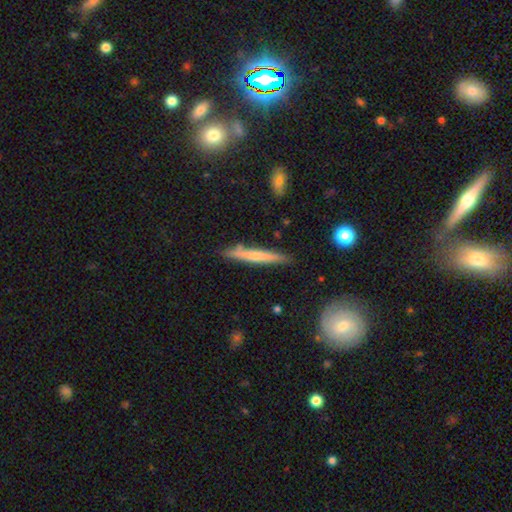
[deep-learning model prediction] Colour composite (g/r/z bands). It shows a smooth galaxy with no disk features (53%) that is cigar-shaped (95%). Merging: none (81%).